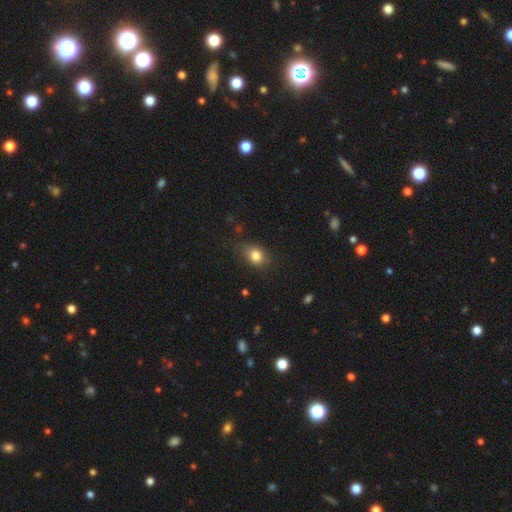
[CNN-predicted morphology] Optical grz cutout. It shows a smooth galaxy with no disk features (81%) that is in between round and cigar-shaped (58%). Merging: none (71%).